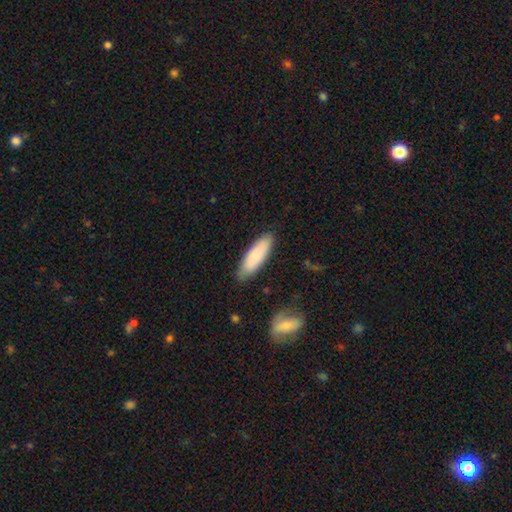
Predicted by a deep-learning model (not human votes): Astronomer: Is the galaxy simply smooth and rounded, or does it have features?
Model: smooth — 81%.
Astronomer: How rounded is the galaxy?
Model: in between — 51% (runner-up: cigar-shaped, 48%).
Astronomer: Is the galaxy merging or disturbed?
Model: none — 83%.